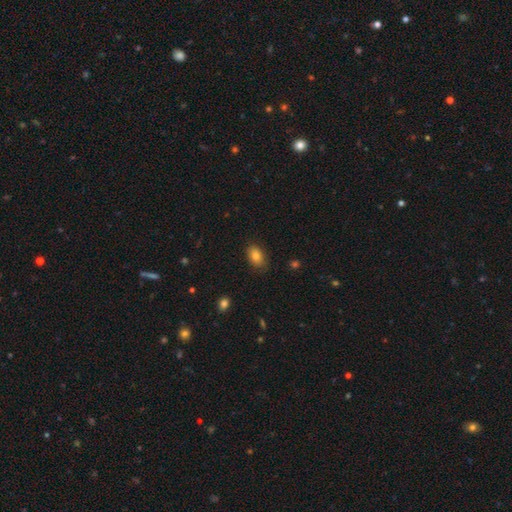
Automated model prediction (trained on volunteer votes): Q: Smooth or featured?
A: smooth (83%); runner-up: star or artifact (9%)
Q: How rounded?
A: in between (87%); runner-up: round (11%)
Q: Merging?
A: none (83%); runner-up: minor disturbance (14%)